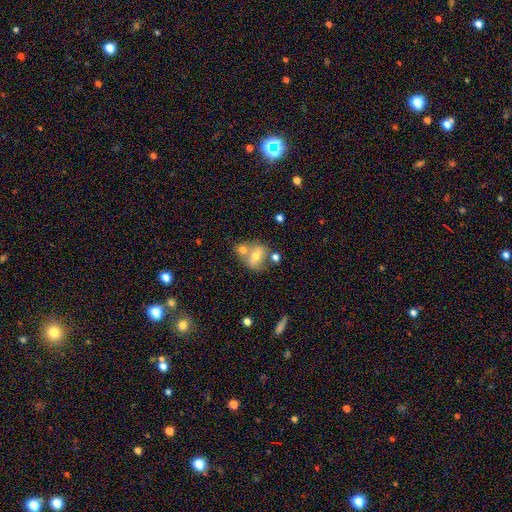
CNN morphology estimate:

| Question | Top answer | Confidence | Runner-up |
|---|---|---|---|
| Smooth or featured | smooth | 57% | featured or disk (33%) |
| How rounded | in between | 50% | round (47%) |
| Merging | none | 44% | merger (39%) |